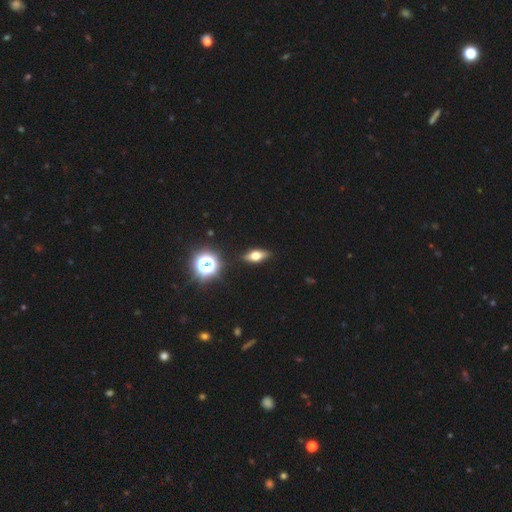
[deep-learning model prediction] smooth 55%, featured or disk 31%, star or artifact 14%. Down the decision tree: how rounded — in between (65%); merging — none (88%).